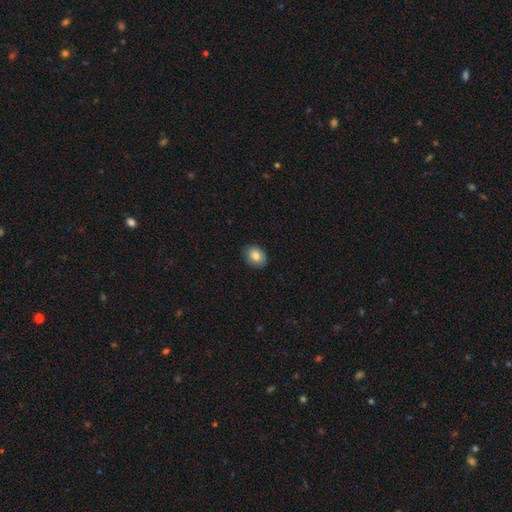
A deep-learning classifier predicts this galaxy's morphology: The model was most divided on "how rounded": in between: 64%, round: 35%, cigar-shaped: 1%. More confident: merging — none (86%); smooth or featured — smooth (83%).